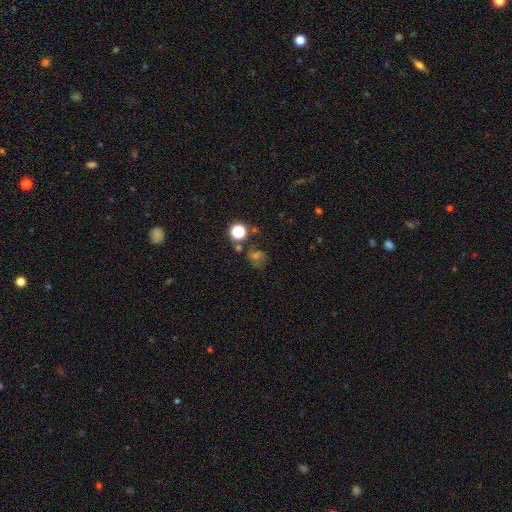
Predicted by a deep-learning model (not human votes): Smooth or featured: smooth — 43% (star or artifact — 38%)
Merging: none — 67% (minor disturbance — 16%)